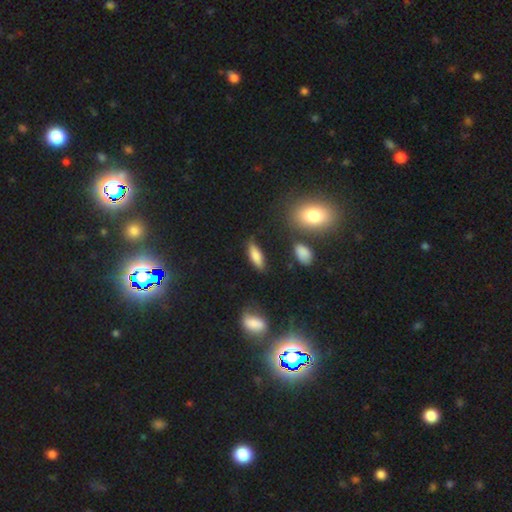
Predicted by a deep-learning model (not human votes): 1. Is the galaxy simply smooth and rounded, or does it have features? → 73% smooth, 18% featured or disk, 8% star or artifact.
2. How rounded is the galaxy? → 59% in between, 38% cigar-shaped, 3% round.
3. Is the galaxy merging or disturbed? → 70% none, 21% minor disturbance, 6% major disturbance, 4% merger.